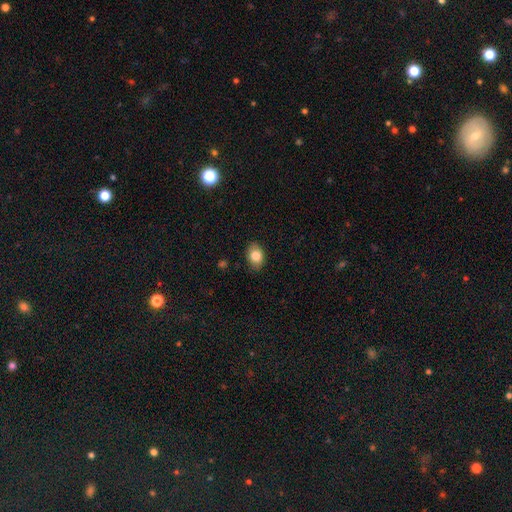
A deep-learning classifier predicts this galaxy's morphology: smooth-or-featured: smooth: 82% | featured or disk: 10% | star or artifact: 8%
  how-rounded: in between: 77% | round: 21% | cigar-shaped: 1%
  merging: none: 86% | minor disturbance: 10% | major disturbance: 2% | merger: 1%